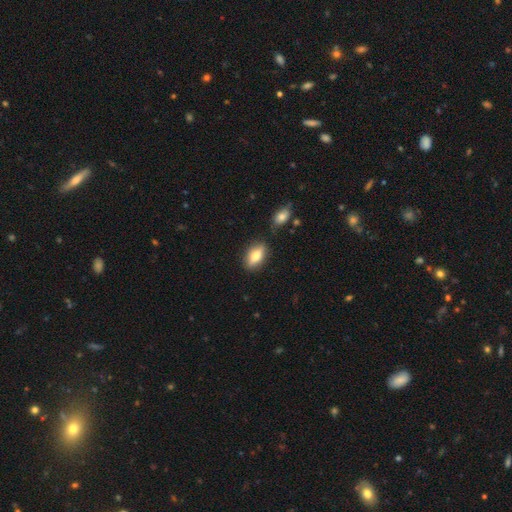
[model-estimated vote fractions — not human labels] Smooth or featured?
  - smooth: 73% *
  - featured or disk: 20%
  - star or artifact: 7%
How rounded?
  - in between: 84% *
  - cigar-shaped: 11%
  - round: 5%
Merging?
  - none: 82% *
  - minor disturbance: 11%
  - merger: 4%
  - major disturbance: 3%